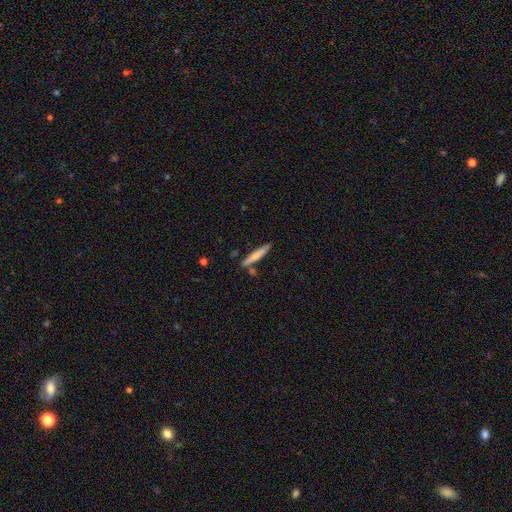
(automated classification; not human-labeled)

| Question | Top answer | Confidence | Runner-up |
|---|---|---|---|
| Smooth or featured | smooth | 65% | featured or disk (30%) |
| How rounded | cigar-shaped | 93% | in between (5%) |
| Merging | none | 81% | minor disturbance (10%) |